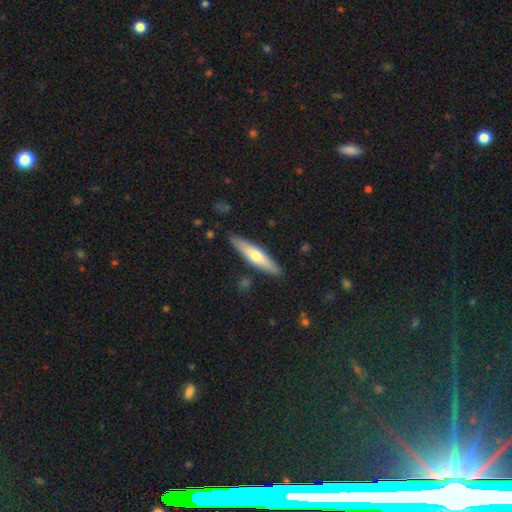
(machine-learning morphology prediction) A smooth galaxy with no disk features (55%) that is cigar-shaped (81%). Merging: none (88%).